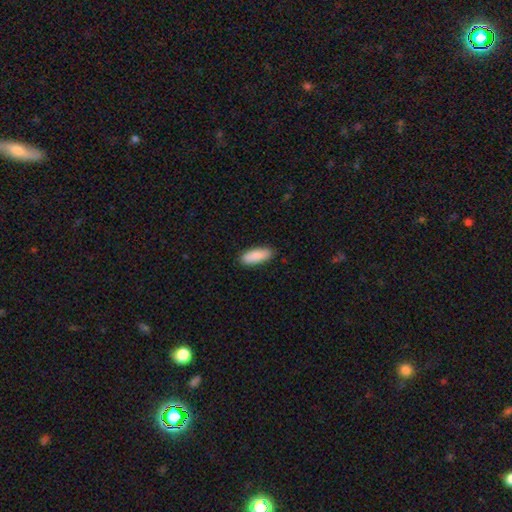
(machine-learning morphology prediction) Smooth or featured?
  - smooth: 89% *
  - featured or disk: 6%
  - star or artifact: 5%
How rounded?
  - in between: 67% *
  - cigar-shaped: 31%
  - round: 2%
Merging?
  - none: 88% *
  - minor disturbance: 9%
  - major disturbance: 2%
  - merger: 1%